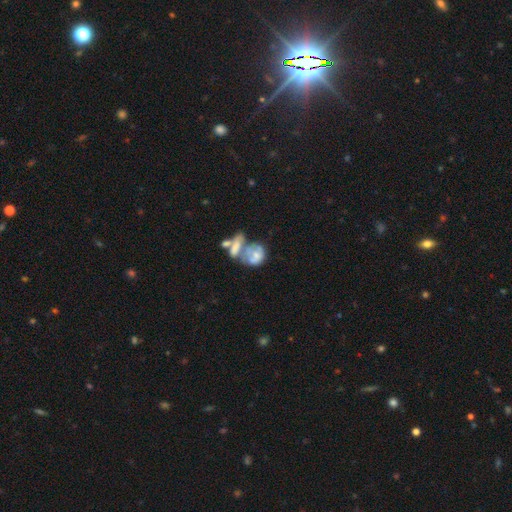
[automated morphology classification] The model was most divided on "smooth or featured" (2-way tie): smooth: 45%, featured or disk: 45%, star or artifact: 10%. More confident: merging — merger (64%).